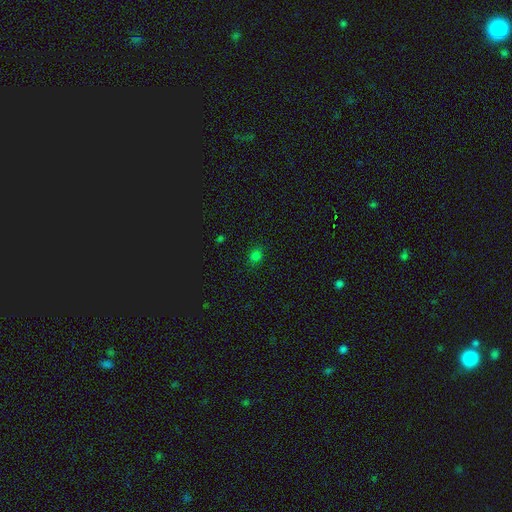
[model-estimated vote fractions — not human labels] This is likely a smooth galaxy (74%). How rounded: likely round (73%). Merging: clearly none (86%).